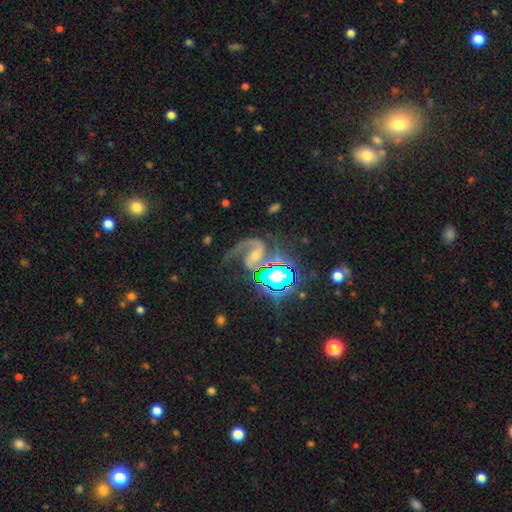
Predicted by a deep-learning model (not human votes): smooth_or_featured: featured or disk (p=0.73) [alt: star or artifact p=0.18]
disk_edge_on: no (p=0.97) [alt: yes p=0.03]
bar: no (p=0.45) [alt: weak p=0.33]
has_spiral_arms: yes (p=0.94) [alt: no p=0.06]
spiral_winding: medium (p=0.45) [alt: loose p=0.38]
spiral_arm_count: 2 (p=0.64) [alt: 1 p=0.27]
bulge_size: small (p=0.50) [alt: moderate p=0.34]
merging: none (p=0.43) [alt: major disturbance p=0.30]